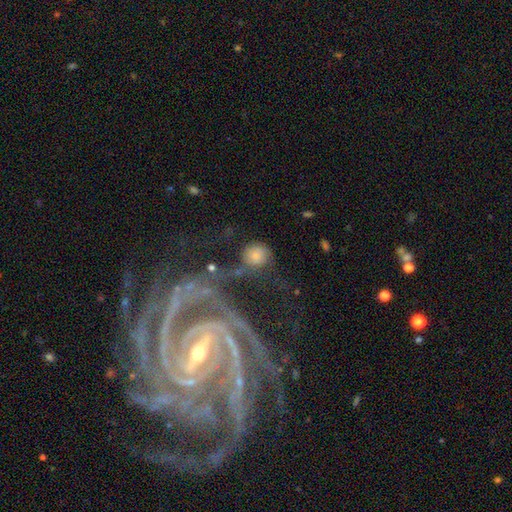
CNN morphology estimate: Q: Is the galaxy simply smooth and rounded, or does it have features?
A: smooth — 63%.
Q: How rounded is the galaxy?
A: round — 85%.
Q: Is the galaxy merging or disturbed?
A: none — 49%.